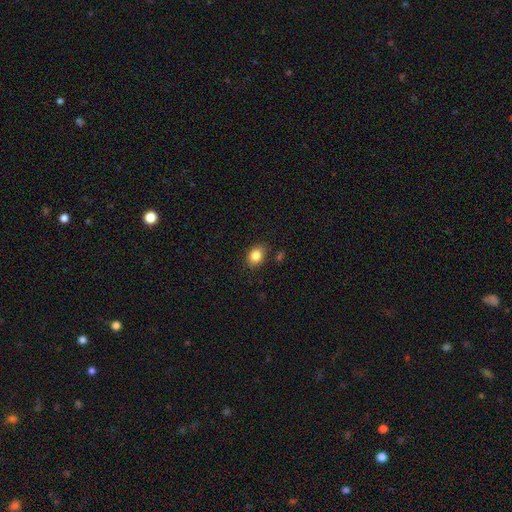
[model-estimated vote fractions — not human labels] Morphology: type=smooth (84%); roundness=in between (60%); merging=none (83%).